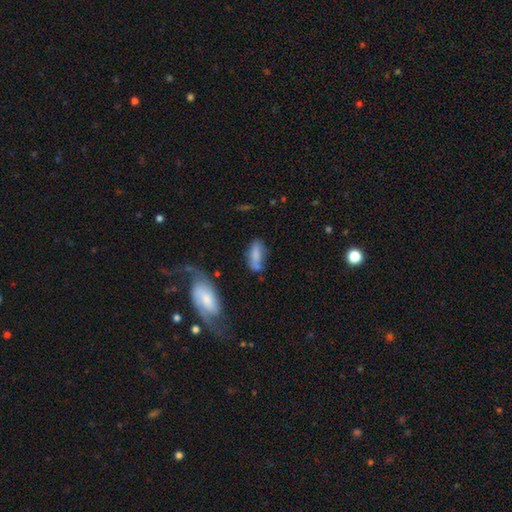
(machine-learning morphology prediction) This appears to be a smooth galaxy with no disk features (74%) that is in between round and cigar-shaped (76%). Merging: none (49%).